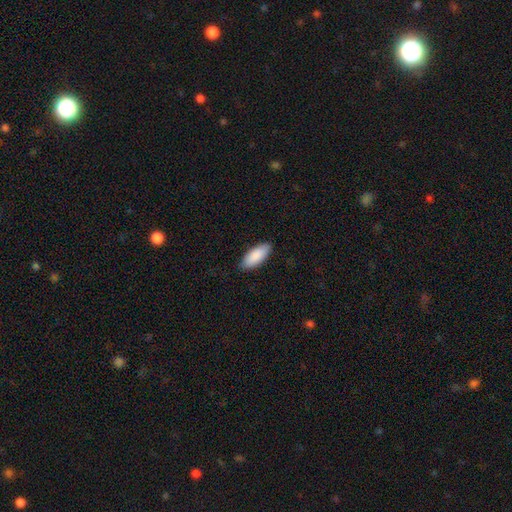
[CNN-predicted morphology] smooth 90%, star or artifact 5%, featured or disk 5%. Down the decision tree: how rounded — in between (84%); merging — none (88%).